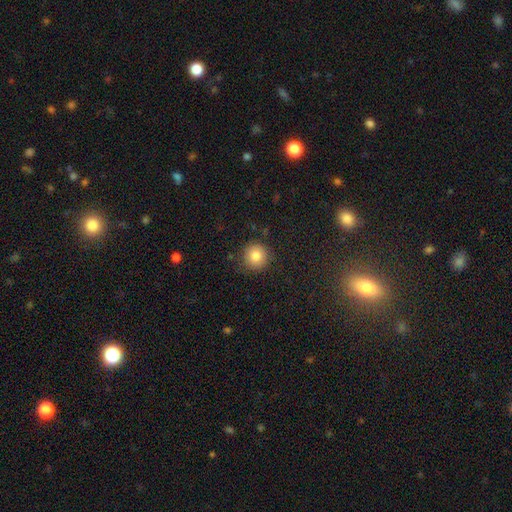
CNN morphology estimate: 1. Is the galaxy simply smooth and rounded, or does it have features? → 81% smooth, 11% star or artifact, 8% featured or disk.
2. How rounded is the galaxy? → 94% round, 5% in between, 1% cigar-shaped.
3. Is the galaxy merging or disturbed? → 87% none, 9% minor disturbance, 3% major disturbance, 1% merger.